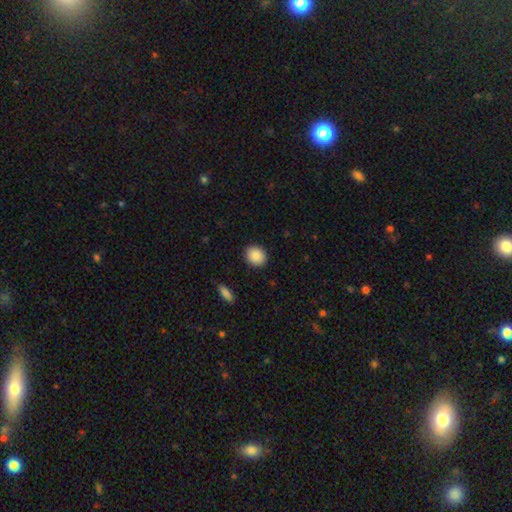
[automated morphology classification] This is clearly a smooth galaxy (89%). How rounded: likely round (70%). Merging: clearly none (90%).